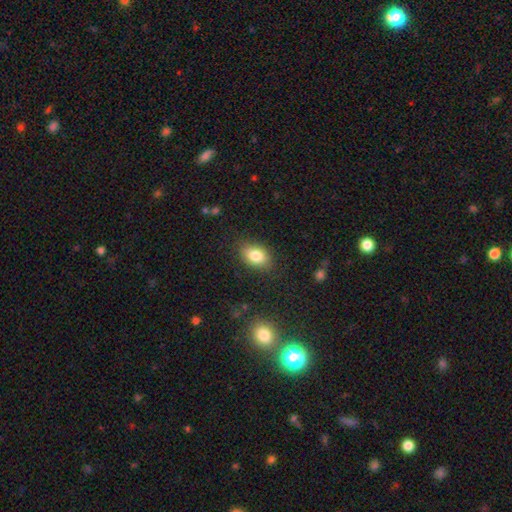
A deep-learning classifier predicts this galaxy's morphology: This is clearly a smooth galaxy (83%). How rounded: clearly in between (84%). Merging: clearly none (83%).